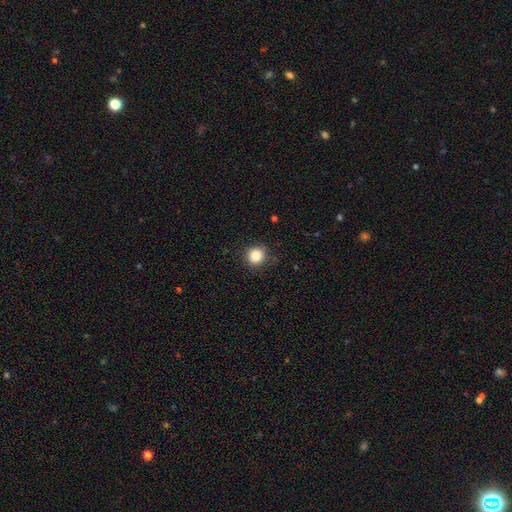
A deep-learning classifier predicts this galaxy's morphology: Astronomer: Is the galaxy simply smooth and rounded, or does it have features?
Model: smooth — 85%.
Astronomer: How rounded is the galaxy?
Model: round — 90%.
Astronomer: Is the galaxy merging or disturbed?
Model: none — 87%.